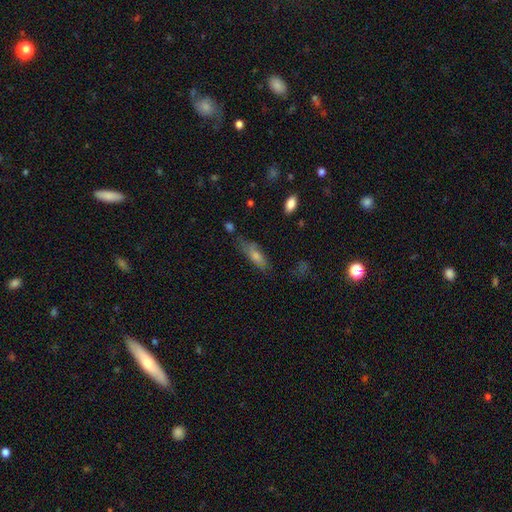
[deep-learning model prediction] Morphology: type=smooth (58%); roundness=cigar-shaped (53%); merging=none (68%).